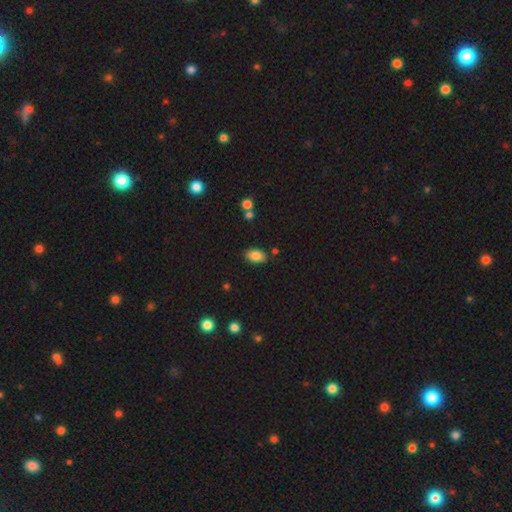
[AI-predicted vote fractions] The model was most divided on "merging": none: 84%, minor disturbance: 11%, merger: 3%, major disturbance: 2%. More confident: how rounded — in between (92%); smooth or featured — smooth (84%).